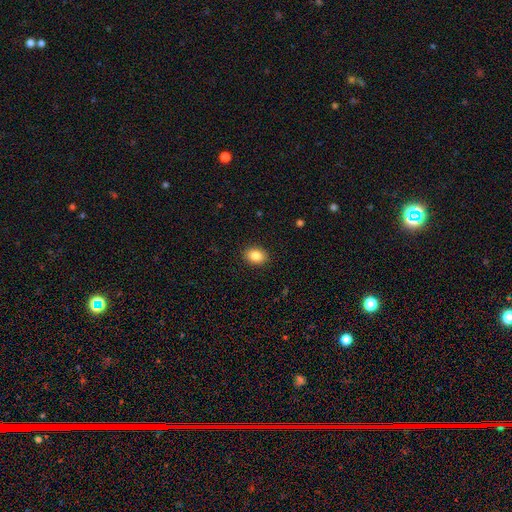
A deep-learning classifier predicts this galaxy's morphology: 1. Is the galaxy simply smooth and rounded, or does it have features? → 87% smooth, 9% star or artifact, 5% featured or disk.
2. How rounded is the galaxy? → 67% in between, 32% round, 1% cigar-shaped.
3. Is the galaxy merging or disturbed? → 90% none, 7% minor disturbance, 2% major disturbance, 1% merger.